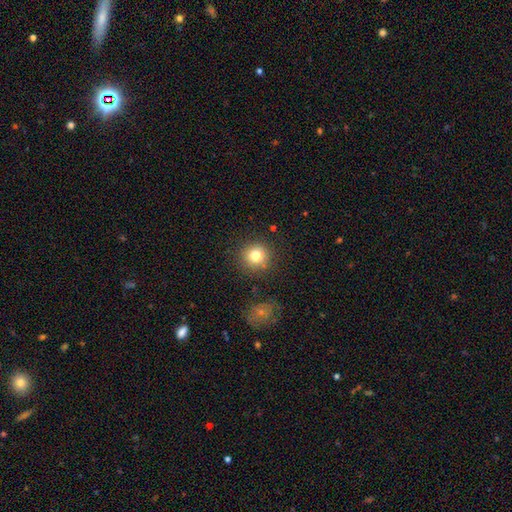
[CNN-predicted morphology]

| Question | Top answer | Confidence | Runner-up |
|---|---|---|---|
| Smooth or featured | smooth | 79% | star or artifact (12%) |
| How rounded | round | 93% | in between (6%) |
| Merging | none | 84% | minor disturbance (9%) |